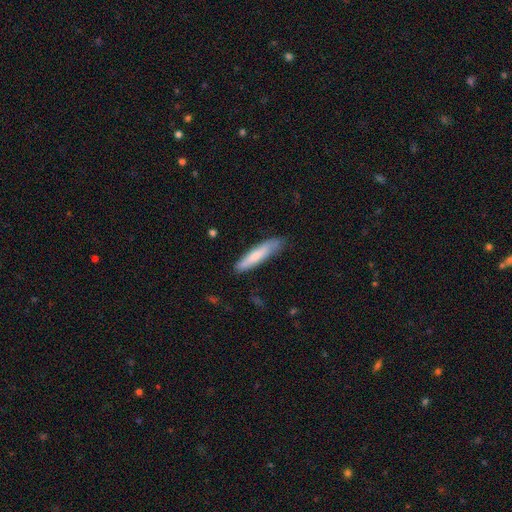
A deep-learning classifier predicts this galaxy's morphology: This is likely a smooth galaxy (72%). How rounded: clearly cigar-shaped (85%). Merging: likely none (79%).